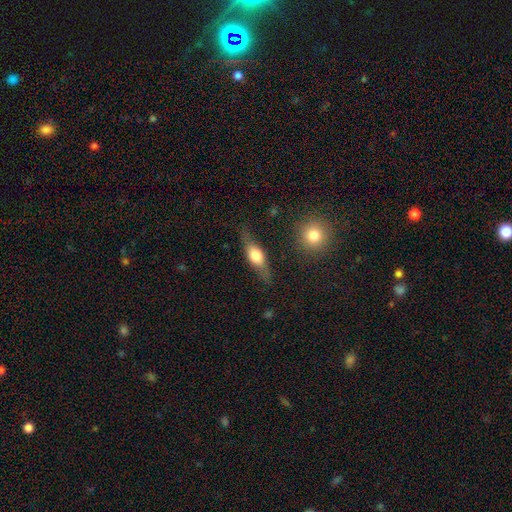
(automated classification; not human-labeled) Smooth or featured? Predicted: smooth (p=0.52). How rounded? Predicted: in between (p=0.56). Merging? Predicted: none (p=0.74).